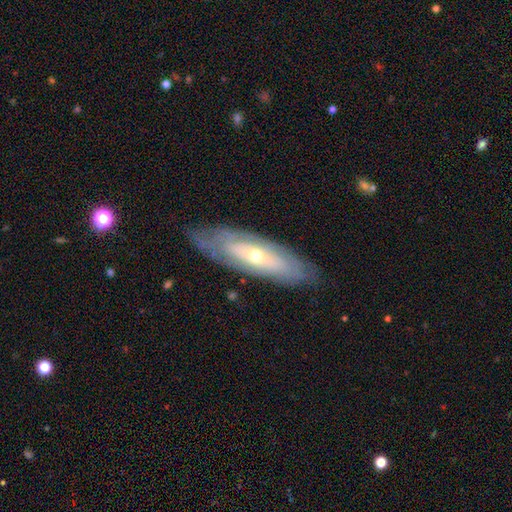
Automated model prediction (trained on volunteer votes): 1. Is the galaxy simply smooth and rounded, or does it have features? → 67% featured or disk, 26% smooth, 6% star or artifact.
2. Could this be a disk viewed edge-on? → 73% no, 27% yes.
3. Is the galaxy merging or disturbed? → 78% none, 15% minor disturbance, 5% major disturbance, 1% merger.